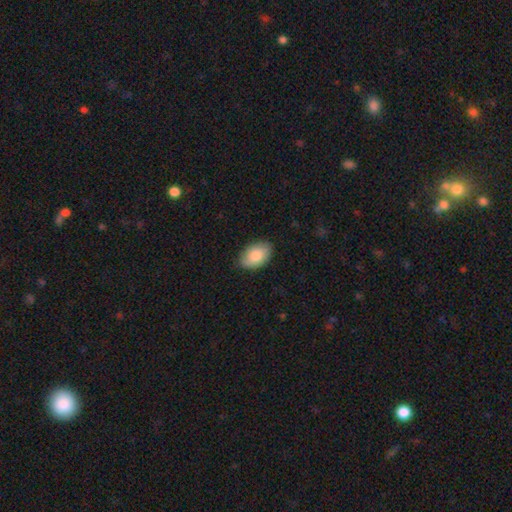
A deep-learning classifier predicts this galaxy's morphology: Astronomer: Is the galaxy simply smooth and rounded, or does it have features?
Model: smooth — 84%.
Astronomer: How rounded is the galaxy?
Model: in between — 91%.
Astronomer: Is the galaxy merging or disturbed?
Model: none — 83%.